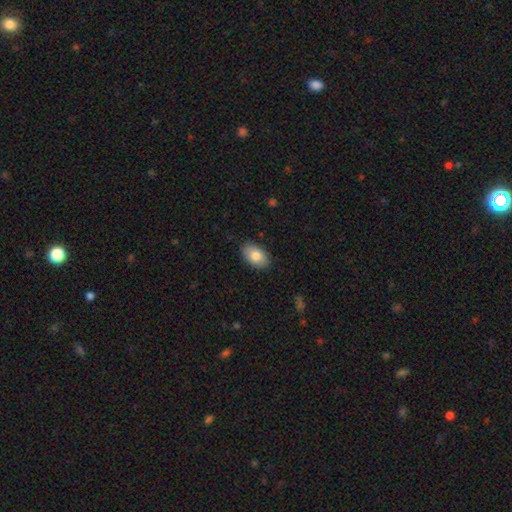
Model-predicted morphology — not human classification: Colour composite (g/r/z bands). It shows a smooth galaxy with no disk features (81%) that is in between round and cigar-shaped (90%). Merging: none (87%).